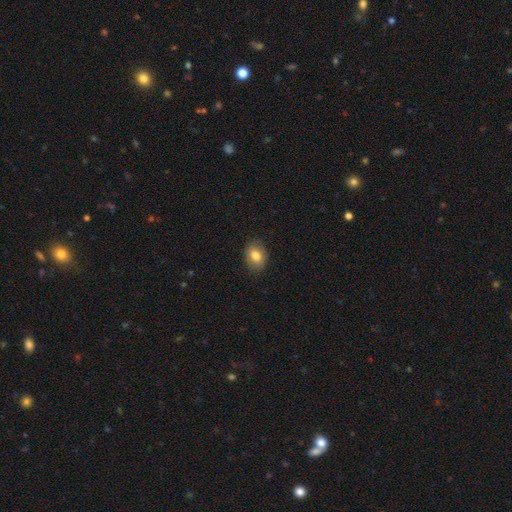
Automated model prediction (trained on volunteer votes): Smooth or featured? Predicted: smooth (p=0.80). How rounded? Predicted: in between (p=0.69). Merging? Predicted: none (p=0.85).